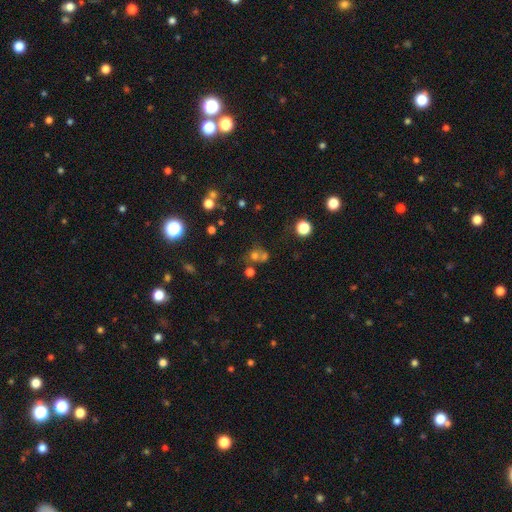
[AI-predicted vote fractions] Overall: smooth (54%; star or artifact 33%). How rounded: round (82%). Merging: none (48%; merger 38%).